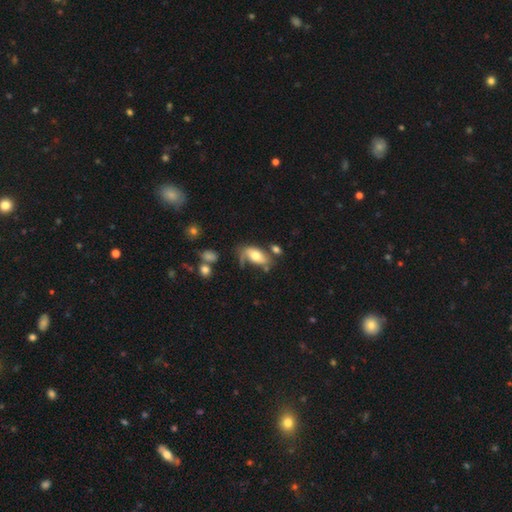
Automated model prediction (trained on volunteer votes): Smooth or featured? smooth (55%)
How rounded? in between (90%)
Merging? none (39%)